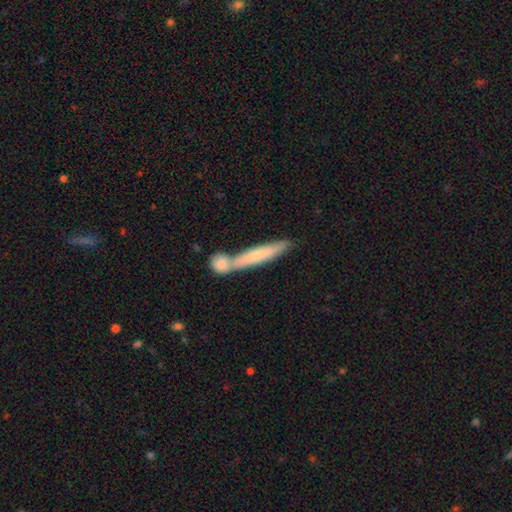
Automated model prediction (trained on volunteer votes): Smooth or featured? Predicted: smooth (p=0.57). How rounded? Predicted: cigar-shaped (p=0.91). Merging? Predicted: none (p=0.49).